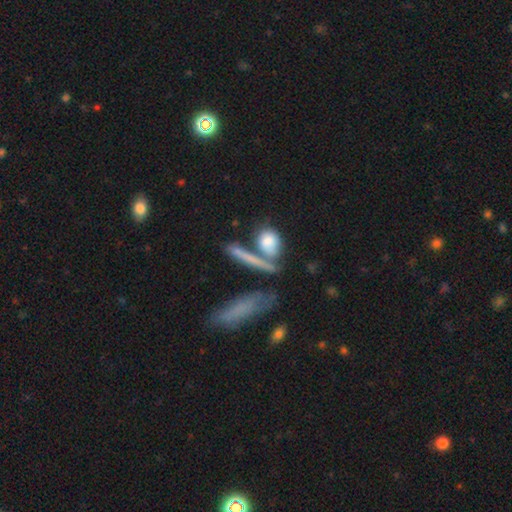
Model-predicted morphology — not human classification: Smooth or featured? smooth (60%)
How rounded? cigar-shaped (34%, tied with in between)
Merging? none (63%)